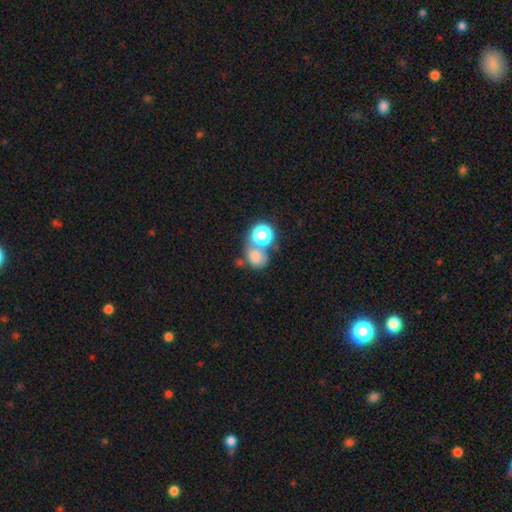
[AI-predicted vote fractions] Smooth or featured?
  - smooth: 69% *
  - star or artifact: 19%
  - featured or disk: 12%
How rounded?
  - round: 63% *
  - in between: 36%
  - cigar-shaped: 1%
Merging?
  - merger: 43% *
  - none: 38%
  - minor disturbance: 11%
  - major disturbance: 8%